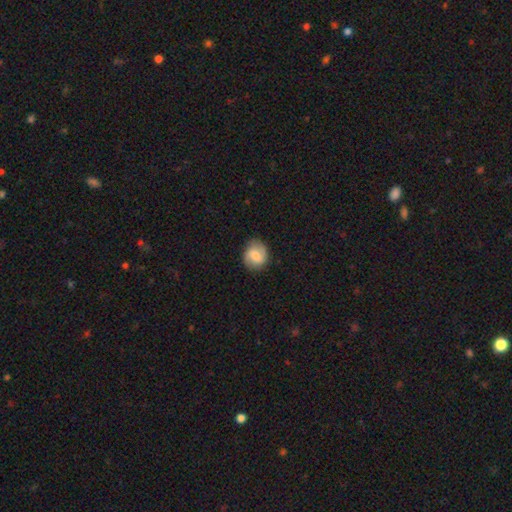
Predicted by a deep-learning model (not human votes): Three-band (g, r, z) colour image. It shows a smooth galaxy with no disk features (59%) that is round (74%). Merging: none (83%).